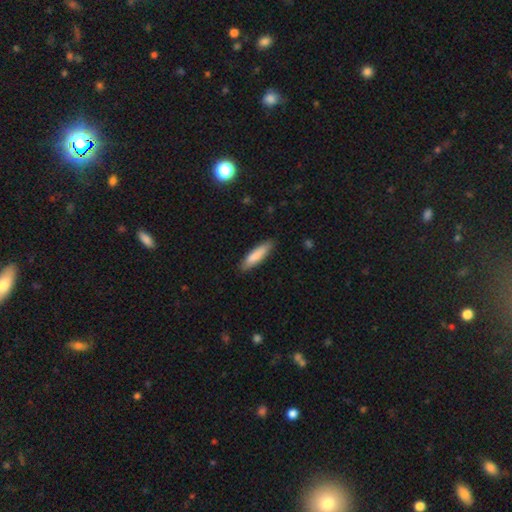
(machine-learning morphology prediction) Smooth or featured? smooth (84%)
How rounded? cigar-shaped (70%)
Merging? none (86%)